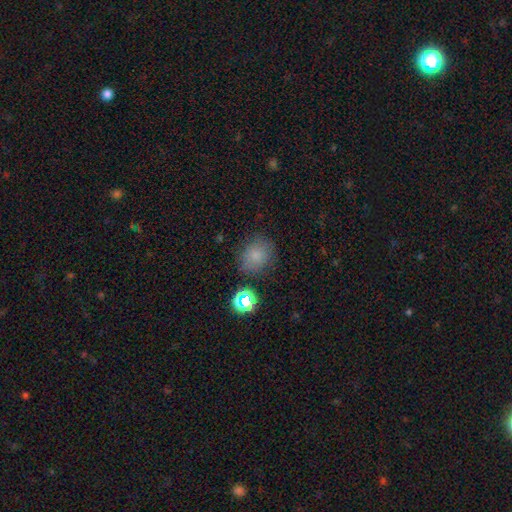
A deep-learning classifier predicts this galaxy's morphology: Smooth or featured?
  - smooth: 78% *
  - star or artifact: 15%
  - featured or disk: 8%
How rounded?
  - round: 74% *
  - in between: 25%
  - cigar-shaped: 1%
Merging?
  - none: 78% *
  - minor disturbance: 13%
  - merger: 4%
  - major disturbance: 4%